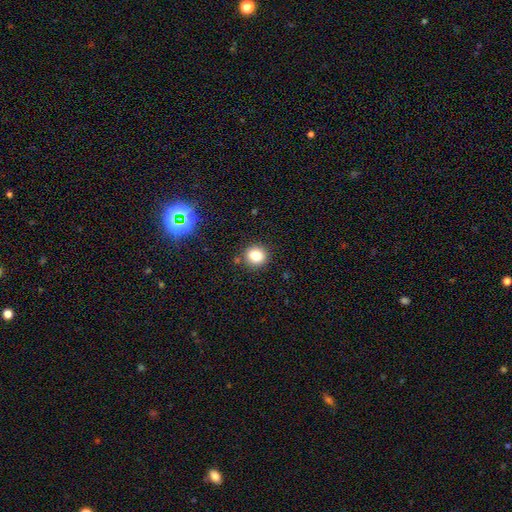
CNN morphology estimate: Smooth or featured?
  - smooth: 80% *
  - star or artifact: 13%
  - featured or disk: 7%
How rounded?
  - round: 83% *
  - in between: 16%
  - cigar-shaped: 1%
Merging?
  - none: 87% *
  - minor disturbance: 8%
  - merger: 3%
  - major disturbance: 2%